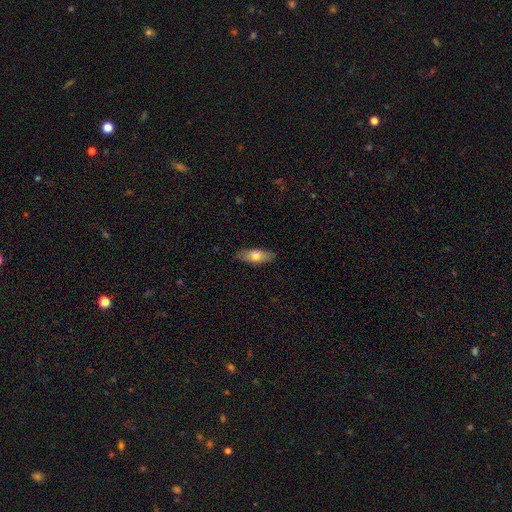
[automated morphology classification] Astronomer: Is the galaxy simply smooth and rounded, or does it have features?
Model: smooth — 67%.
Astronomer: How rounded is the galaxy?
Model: in between — 70%.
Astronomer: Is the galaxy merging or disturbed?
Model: none — 82%.